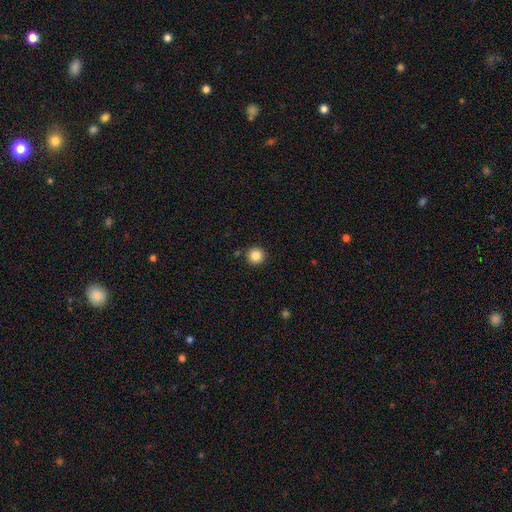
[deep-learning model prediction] A smooth galaxy with no disk features (85%) that is round (96%). Merging: none (91%).